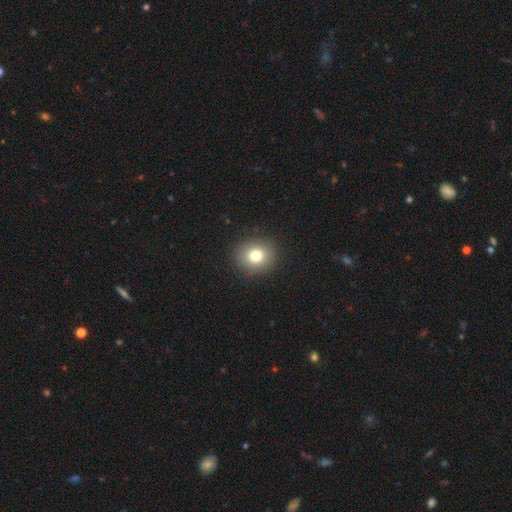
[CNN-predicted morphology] A smooth galaxy with no disk features (78%) that is round (77%).

Vote fractions:
- Smooth or featured? smooth: 78% / star or artifact: 12% / featured or disk: 10%
- How rounded? round: 77% / in between: 22% / cigar-shaped: 1%
- Merging? none: 91% / minor disturbance: 6% / major disturbance: 2% / merger: 1%